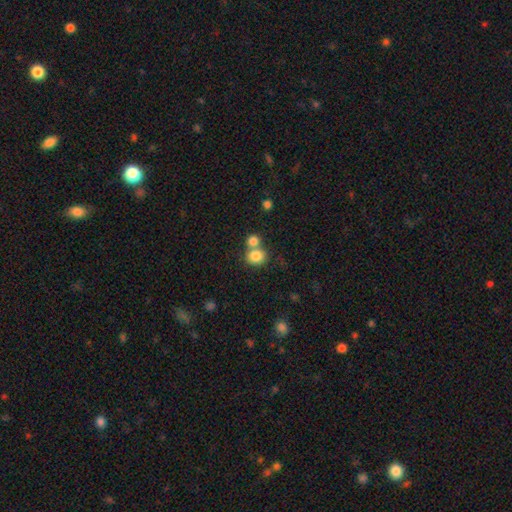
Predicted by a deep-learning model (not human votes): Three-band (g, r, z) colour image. It shows a smooth galaxy with no disk features (82%) that is round (72%). Merging: none (45%).